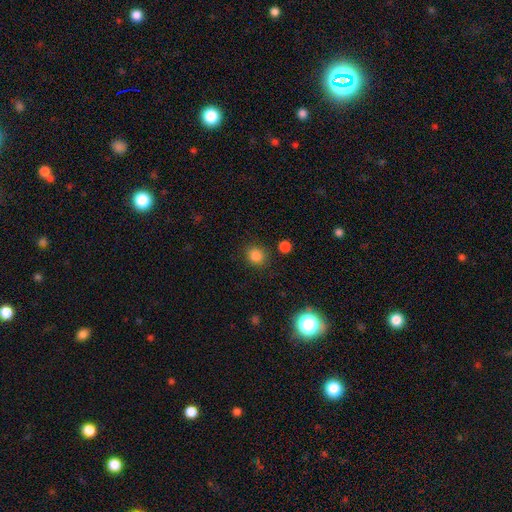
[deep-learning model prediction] Smooth or featured: smooth — 83% (star or artifact — 13%)
How rounded: round — 84% (in between — 16%)
Merging: none — 87% (minor disturbance — 8%)